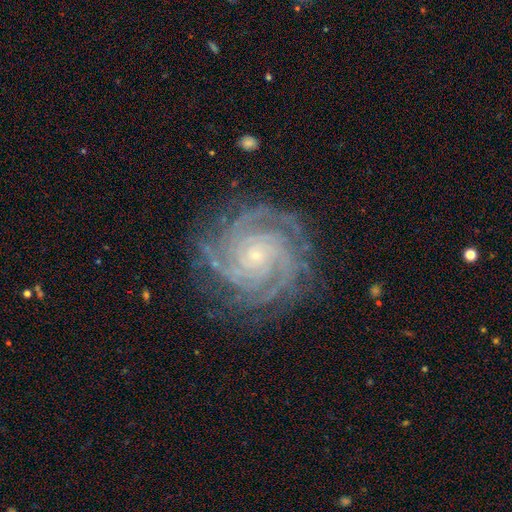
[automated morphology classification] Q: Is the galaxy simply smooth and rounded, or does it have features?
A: featured or disk — 90%.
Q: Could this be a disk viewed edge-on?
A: no — 98%.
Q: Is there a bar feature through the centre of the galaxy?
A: no — 75%.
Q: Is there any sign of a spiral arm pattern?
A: yes — 98%.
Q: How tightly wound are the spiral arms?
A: tight — 80%.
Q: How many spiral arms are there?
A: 4 — 32%.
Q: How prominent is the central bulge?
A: small — 85%.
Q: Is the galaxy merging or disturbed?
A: none — 81%.